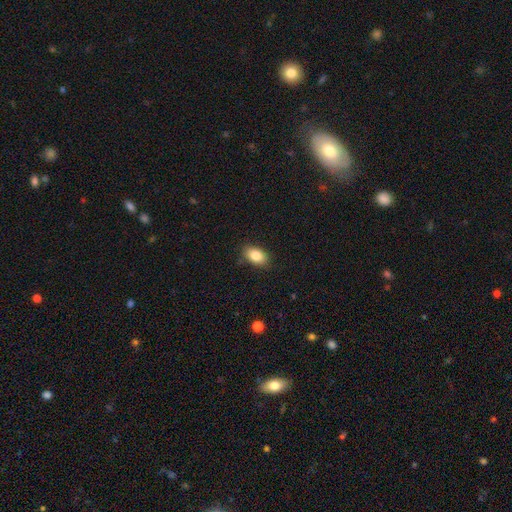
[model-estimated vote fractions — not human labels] smooth 85%, star or artifact 8%, featured or disk 7%. Down the decision tree: how rounded — in between (90%); merging — none (84%).